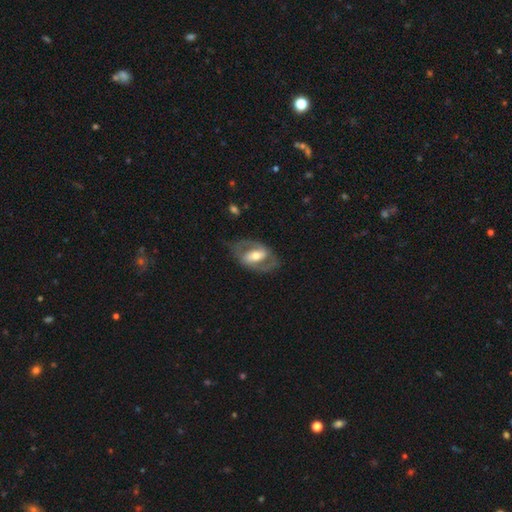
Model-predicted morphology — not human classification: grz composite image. It shows a featured or disk galaxy (79%) with a strong bar (44%), 2 (87%) medium (53%) spiral arms (81%) and a moderate central bulge (66%). Merging: none (73%).